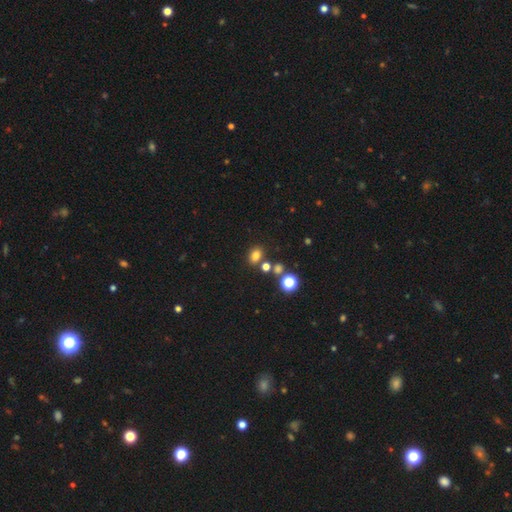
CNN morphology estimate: The model was most divided on "how rounded": in between: 55%, round: 44%, cigar-shaped: 1%. More confident: smooth or featured — smooth (77%); merging — none (75%).